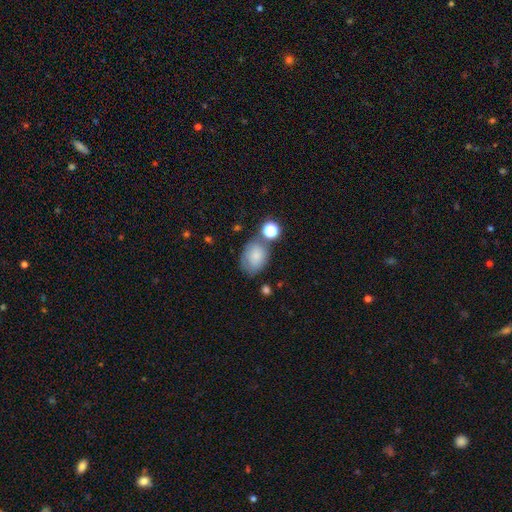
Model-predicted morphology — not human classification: This is likely a smooth galaxy (76%). How rounded: likely in between (71%). Merging: possibly none (55%).